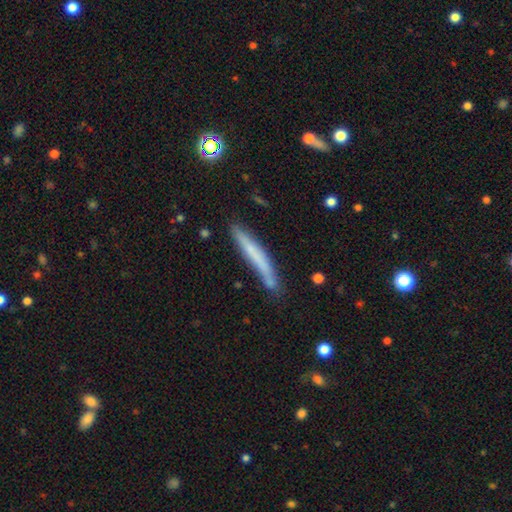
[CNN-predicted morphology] Smooth or featured: smooth — 60% (featured or disk — 33%)
How rounded: cigar-shaped — 95% (in between — 3%)
Merging: none — 71% (minor disturbance — 20%)